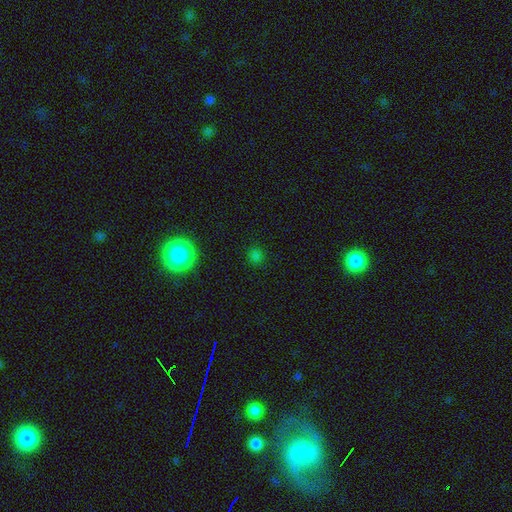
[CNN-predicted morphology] Overall: smooth (73%). How rounded: round (88%). Merging: none (89%).